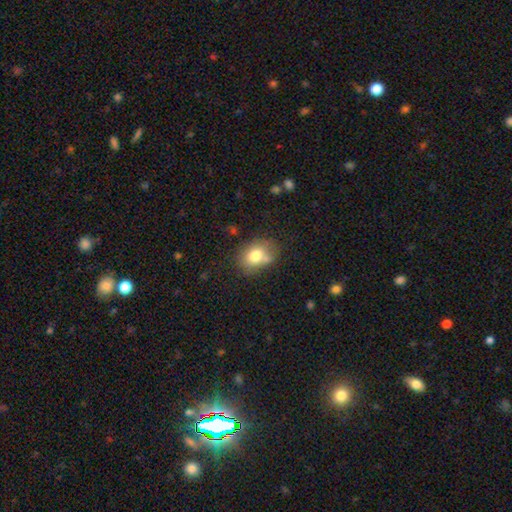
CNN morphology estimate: smooth-or-featured: smooth: 76% | featured or disk: 15% | star or artifact: 9%
  how-rounded: in between: 68% | round: 31% | cigar-shaped: 1%
  merging: none: 56% | minor disturbance: 24% | merger: 13% | major disturbance: 8%